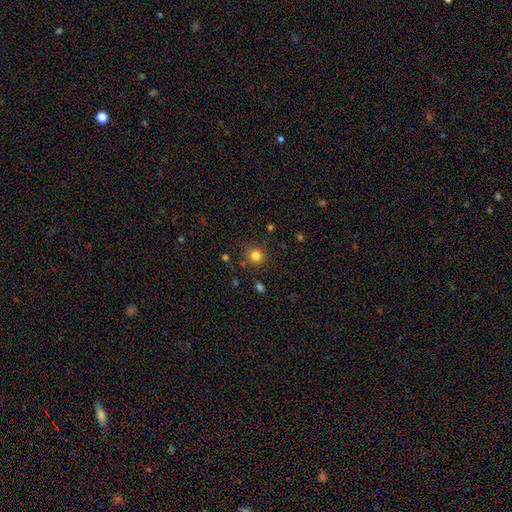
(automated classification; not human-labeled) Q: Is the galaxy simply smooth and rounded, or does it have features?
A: smooth — 82%.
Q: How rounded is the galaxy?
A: round — 91%.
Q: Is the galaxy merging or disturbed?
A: none — 84%.